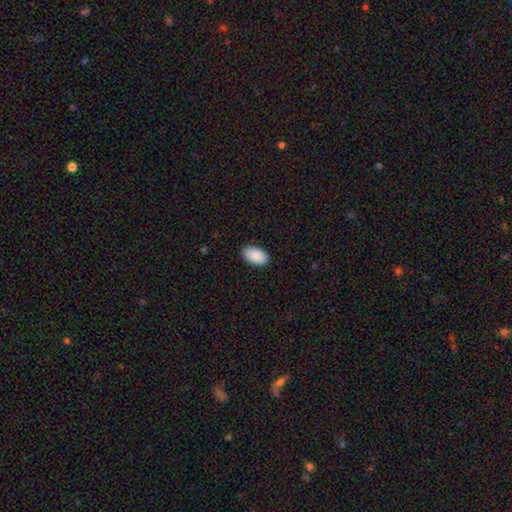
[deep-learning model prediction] Smooth or featured?
  - smooth: 91% *
  - star or artifact: 6%
  - featured or disk: 3%
How rounded?
  - in between: 96% *
  - round: 3%
  - cigar-shaped: 1%
Merging?
  - none: 89% *
  - minor disturbance: 8%
  - major disturbance: 2%
  - merger: 1%